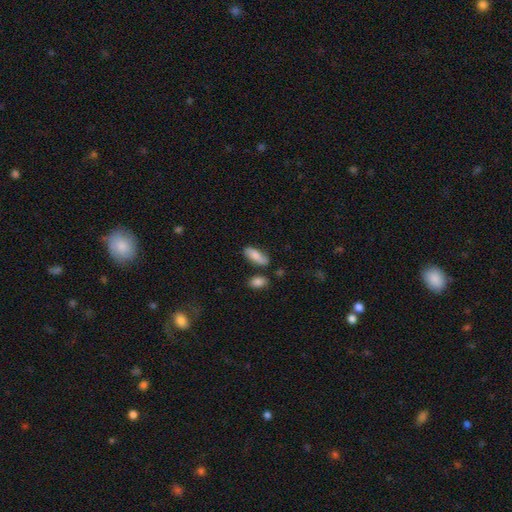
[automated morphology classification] Smooth or featured: smooth — 76% (featured or disk — 17%)
How rounded: in between — 81% (cigar-shaped — 16%)
Merging: none — 72% (minor disturbance — 17%)